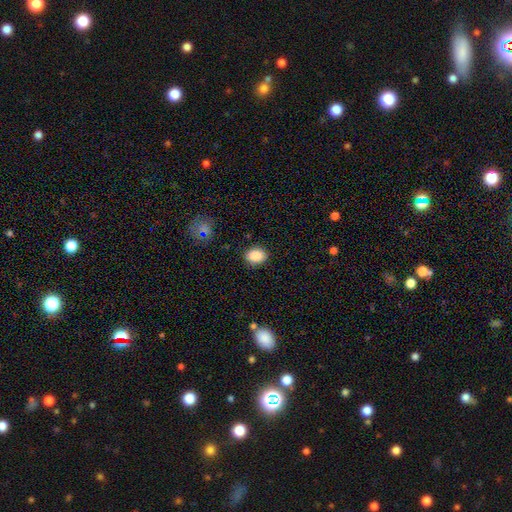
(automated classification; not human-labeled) smooth_or_featured: smooth (p=0.88) [alt: star or artifact p=0.08]
how_rounded: in between (p=0.66) [alt: round p=0.33]
merging: none (p=0.87) [alt: minor disturbance p=0.09]